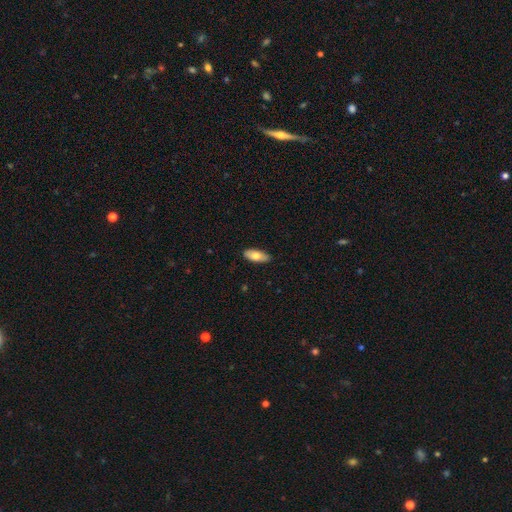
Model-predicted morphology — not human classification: smooth 72%, featured or disk 22%, star or artifact 6%. Down the decision tree: how rounded — in between (85%); merging — none (88%).